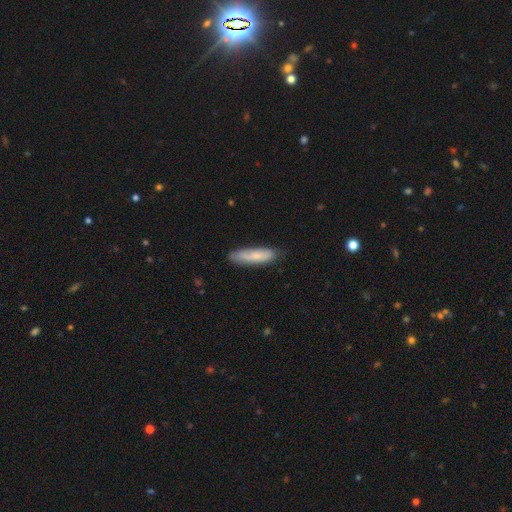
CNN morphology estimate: smooth_or_featured: smooth (p=0.72) [alt: featured or disk p=0.22]
how_rounded: cigar-shaped (p=0.70) [alt: in between p=0.28]
merging: none (p=0.77) [alt: minor disturbance p=0.18]